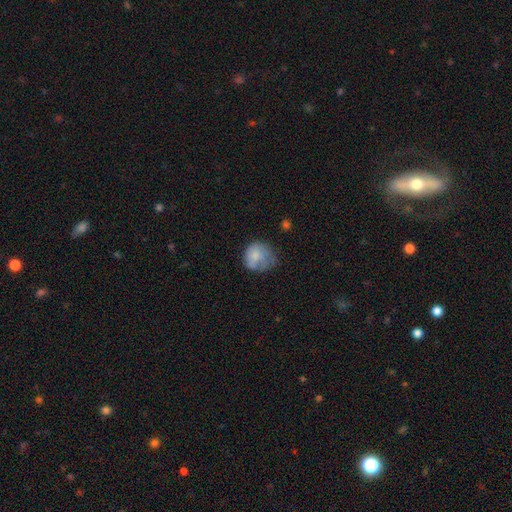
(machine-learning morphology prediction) Smooth or featured? Predicted: smooth (p=0.72). How rounded? Predicted: round (p=0.73). Merging? Predicted: none (p=0.39).